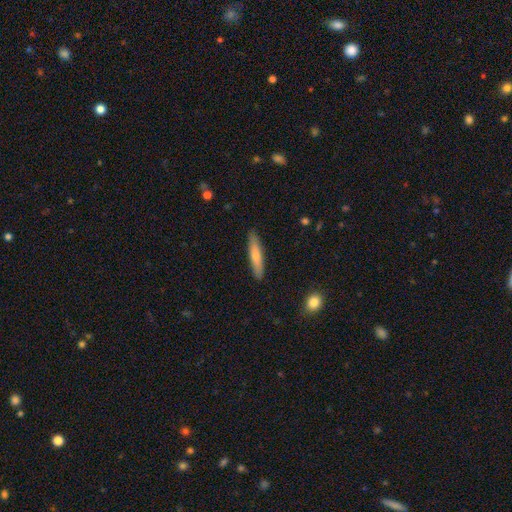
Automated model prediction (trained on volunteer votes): Smooth or featured? smooth (70%)
How rounded? cigar-shaped (86%)
Merging? none (89%)